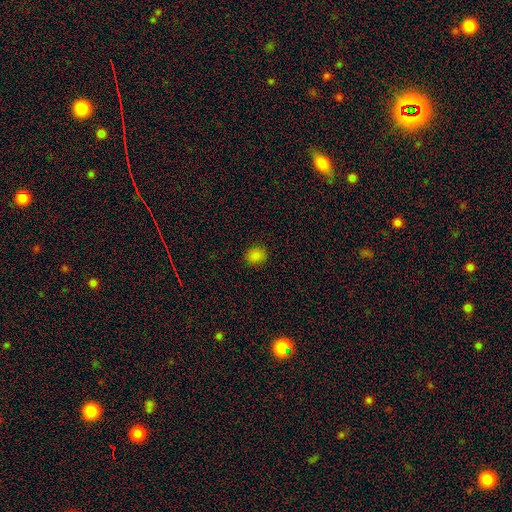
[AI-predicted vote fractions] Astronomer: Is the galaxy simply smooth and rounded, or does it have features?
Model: smooth — 83%.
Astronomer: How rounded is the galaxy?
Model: round — 70%.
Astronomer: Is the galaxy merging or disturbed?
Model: none — 89%.